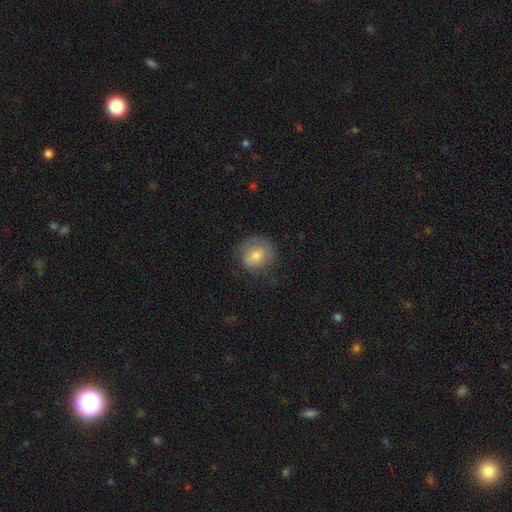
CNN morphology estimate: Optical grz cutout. It shows a smooth galaxy with no disk features (67%) that is round (81%). Merging: none (66%).